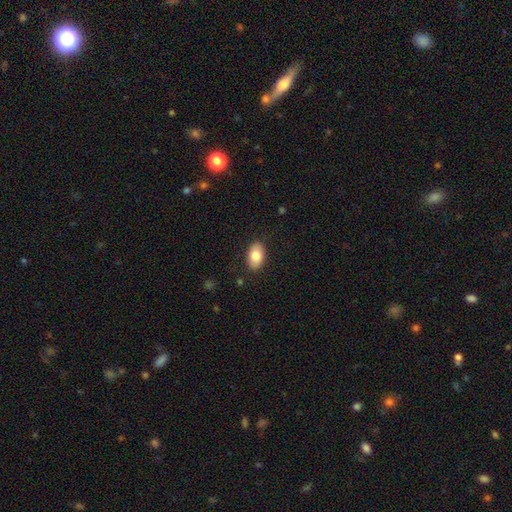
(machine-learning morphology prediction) smooth 81%, featured or disk 13%, star or artifact 7%. Down the decision tree: how rounded — in between (92%); merging — none (87%).